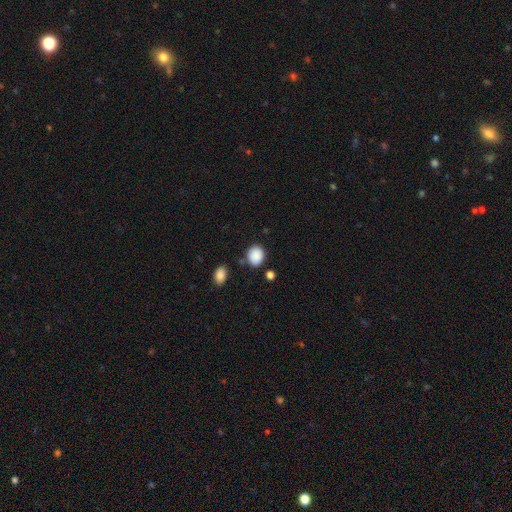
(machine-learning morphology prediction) smooth_or_featured: smooth (p=0.89) [alt: star or artifact p=0.08]
how_rounded: round (p=0.58) [alt: in between p=0.41]
merging: none (p=0.77) [alt: minor disturbance p=0.13]